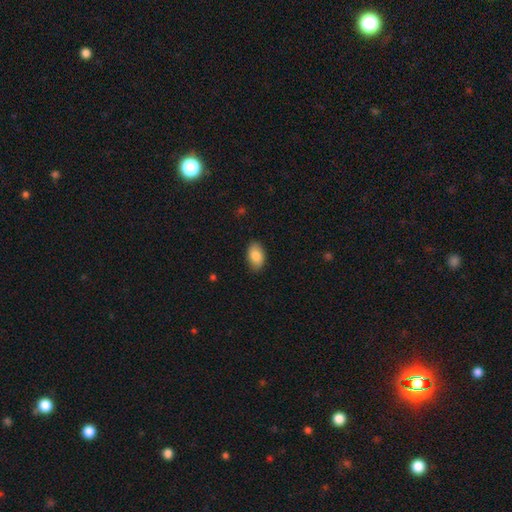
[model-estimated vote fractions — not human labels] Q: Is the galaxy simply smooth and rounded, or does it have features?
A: smooth — 86%.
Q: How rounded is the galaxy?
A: in between — 92%.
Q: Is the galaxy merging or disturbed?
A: none — 87%.